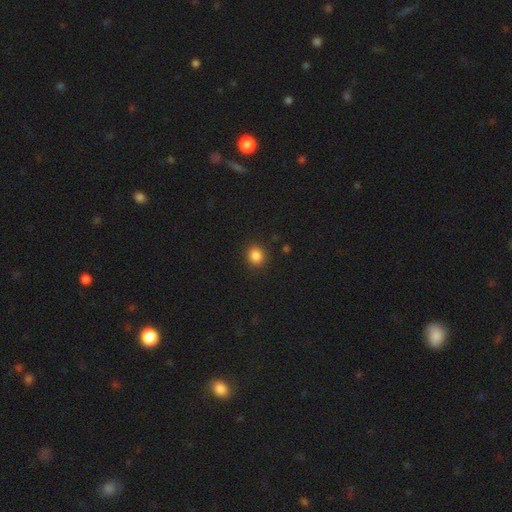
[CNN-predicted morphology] Smooth or featured?
  - smooth: 85% *
  - star or artifact: 11%
  - featured or disk: 3%
How rounded?
  - round: 77% *
  - in between: 22%
  - cigar-shaped: 1%
Merging?
  - none: 90% *
  - minor disturbance: 7%
  - major disturbance: 2%
  - merger: 1%